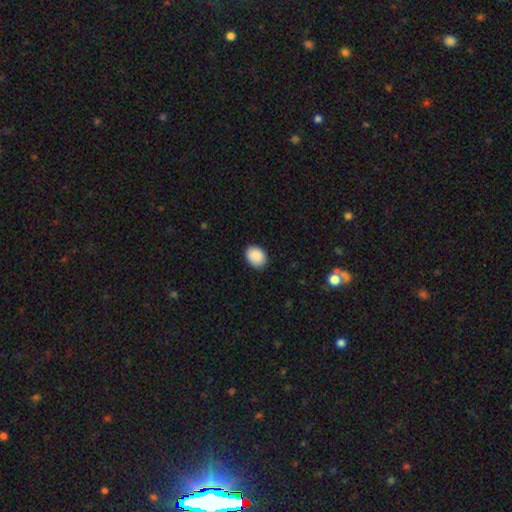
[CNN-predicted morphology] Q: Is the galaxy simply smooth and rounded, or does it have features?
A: smooth — 90%.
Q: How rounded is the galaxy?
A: in between — 57%.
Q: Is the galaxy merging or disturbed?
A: none — 85%.